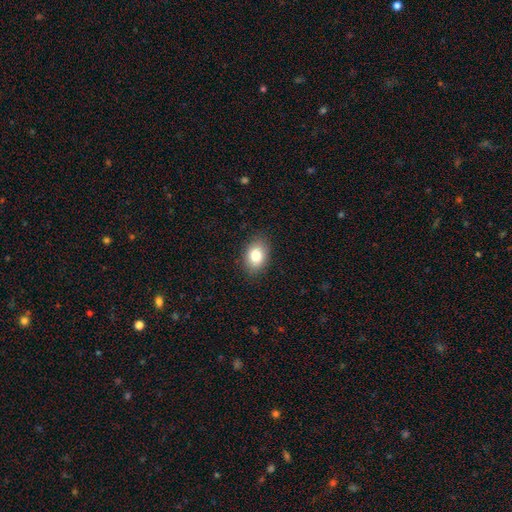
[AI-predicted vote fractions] Smooth or featured: smooth — 82% (featured or disk — 10%)
How rounded: in between — 80% (round — 19%)
Merging: none — 86% (minor disturbance — 11%)